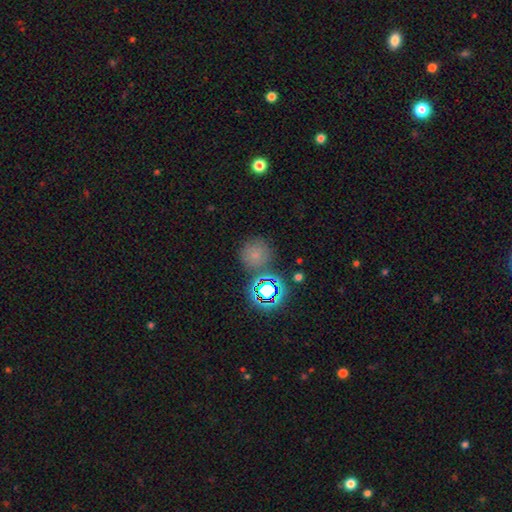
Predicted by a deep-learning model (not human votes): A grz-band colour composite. It shows a smooth galaxy with no disk features (62%) that is round (91%). Merging: none (74%).